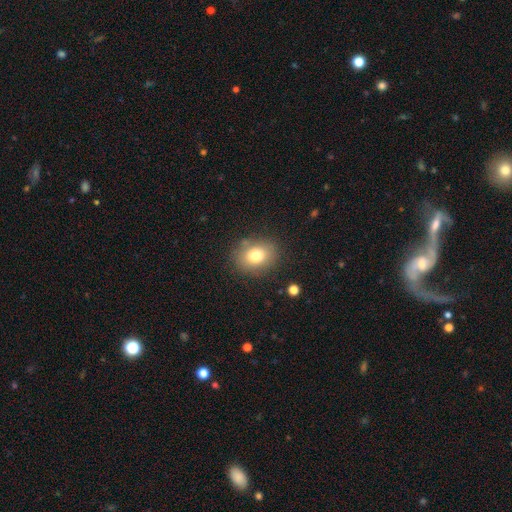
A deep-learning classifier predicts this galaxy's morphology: Smooth or featured? Predicted: smooth (p=0.77). How rounded? Predicted: round (p=0.52). Merging? Predicted: none (p=0.81).